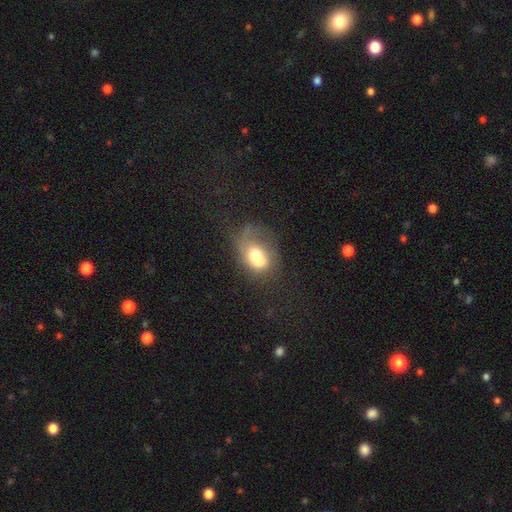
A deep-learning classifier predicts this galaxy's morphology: smooth-or-featured: smooth: 58% | featured or disk: 32% | star or artifact: 10%
  how-rounded: in between: 76% | round: 23% | cigar-shaped: 2%
  merging: major disturbance: 38% | none: 28% | minor disturbance: 26% | merger: 9%